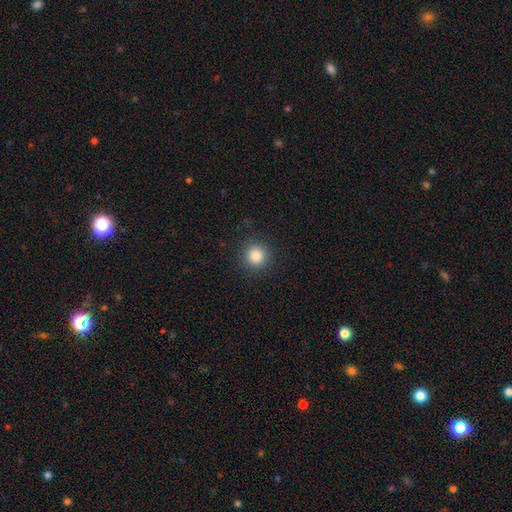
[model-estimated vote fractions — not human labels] A smooth galaxy with no disk features (85%) that is round (94%). Merging: none (90%).